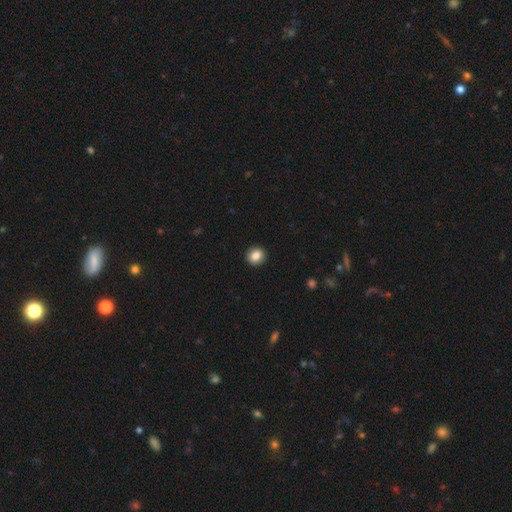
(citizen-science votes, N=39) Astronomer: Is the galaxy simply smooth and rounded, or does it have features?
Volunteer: smooth — 92%.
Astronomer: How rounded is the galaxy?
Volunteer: round — 75%.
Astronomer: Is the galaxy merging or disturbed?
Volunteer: none — 100%.